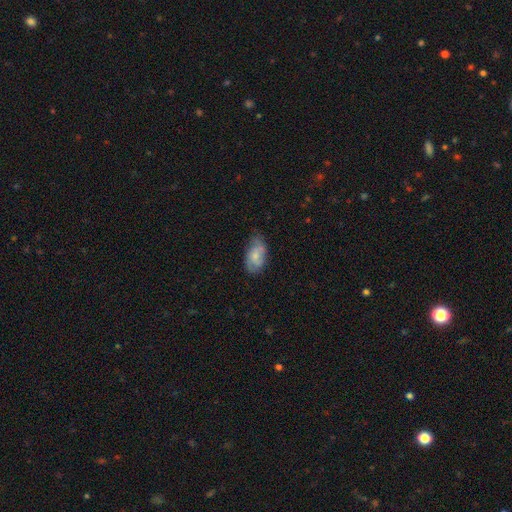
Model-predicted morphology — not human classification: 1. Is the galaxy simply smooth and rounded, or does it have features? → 63% smooth, 30% featured or disk, 7% star or artifact.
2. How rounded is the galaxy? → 92% in between, 5% round, 3% cigar-shaped.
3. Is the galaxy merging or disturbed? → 59% none, 31% minor disturbance, 8% major disturbance, 2% merger.